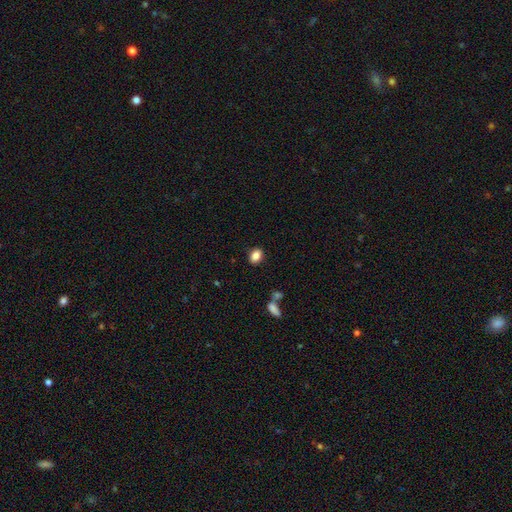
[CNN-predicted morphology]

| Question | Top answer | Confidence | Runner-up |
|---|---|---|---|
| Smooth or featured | smooth | 85% | star or artifact (9%) |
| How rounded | in between | 75% | round (23%) |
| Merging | none | 87% | minor disturbance (9%) |